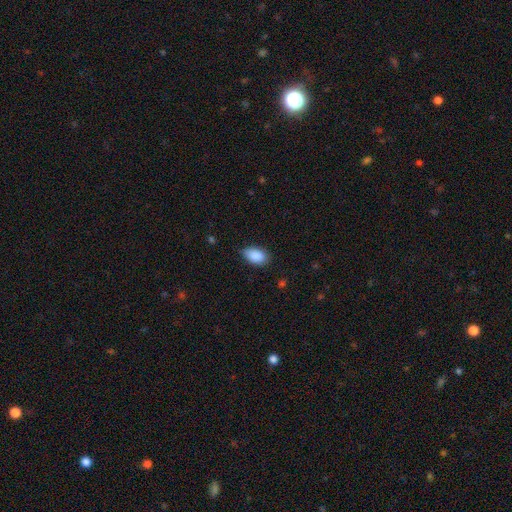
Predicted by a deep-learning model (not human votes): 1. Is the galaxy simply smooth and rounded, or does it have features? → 88% smooth, 7% star or artifact, 5% featured or disk.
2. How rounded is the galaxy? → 91% in between, 7% round, 2% cigar-shaped.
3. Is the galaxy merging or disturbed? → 69% none, 26% minor disturbance, 4% major disturbance, 1% merger.